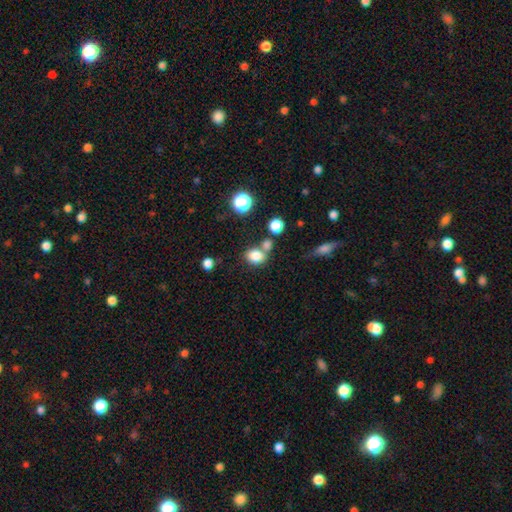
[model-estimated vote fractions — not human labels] Smooth or featured?
  - smooth: 81% *
  - star or artifact: 11%
  - featured or disk: 8%
How rounded?
  - in between: 53% *
  - round: 46%
  - cigar-shaped: 1%
Merging?
  - none: 53% *
  - merger: 29%
  - minor disturbance: 13%
  - major disturbance: 6%